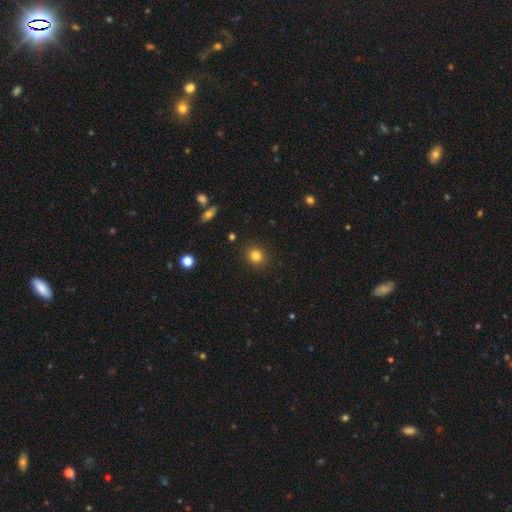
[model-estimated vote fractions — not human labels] The model was most divided on "how rounded": round: 79%, in between: 20%, cigar-shaped: 1%. More confident: merging — none (90%); smooth or featured — smooth (83%).